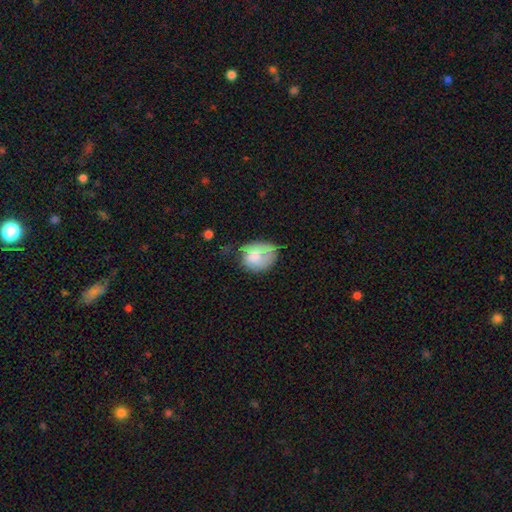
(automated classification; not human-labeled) The model was most divided on "how rounded": round: 52%, in between: 47%, cigar-shaped: 1%. Remaining: smooth or featured — smooth (71%); merging — minor disturbance (39%).